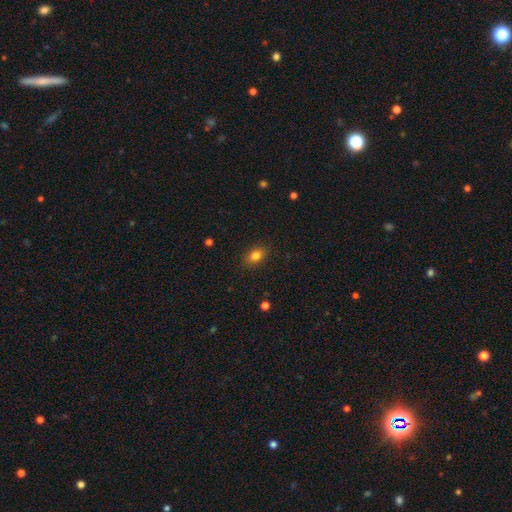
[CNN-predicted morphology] Overall: smooth (82%). How rounded: in between (78%). Merging: none (87%).